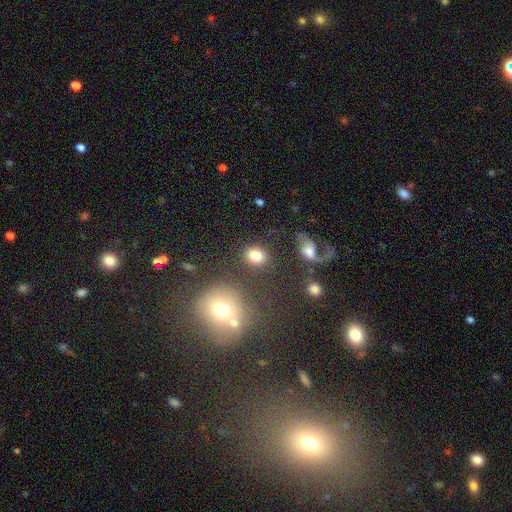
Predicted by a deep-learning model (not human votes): The model was most divided on "how rounded": round: 61%, in between: 38%, cigar-shaped: 1%. More confident: smooth or featured — smooth (82%); merging — none (79%).